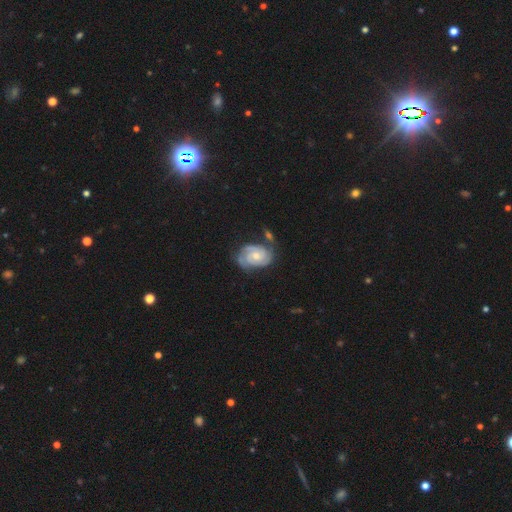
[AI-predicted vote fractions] smooth-or-featured: featured or disk: 83% | smooth: 12% | star or artifact: 5%
  disk-edge-on: no: 97% | yes: 3%
    bar: no: 64% | weak: 30% | strong: 5%
    has-spiral-arms: yes: 96% | no: 4%
      spiral-winding: tight: 66% | medium: 28% | loose: 6%
      spiral-arm-count: 2: 61% | 3: 16% | can't tell: 14% | 1: 3% | 4: 3% | more than 4: 2%
    bulge-size: moderate: 52% | small: 40% | large: 3% | none: 3% | dominant: 1%
  merging: none: 61% | minor disturbance: 21% | merger: 9% | major disturbance: 8%